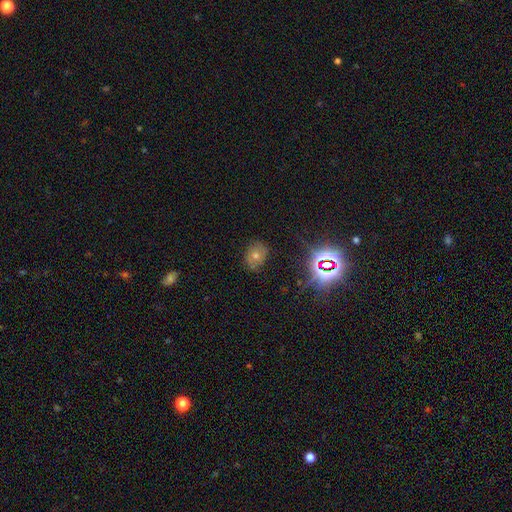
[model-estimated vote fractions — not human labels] smooth-or-featured: star or artifact: 39% | smooth: 36% | featured or disk: 25%